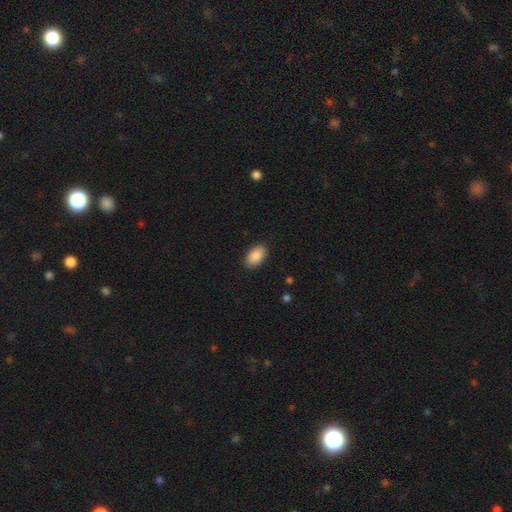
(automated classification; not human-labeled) A smooth galaxy with no disk features (90%) that is in between round and cigar-shaped (94%).

Vote fractions:
- Smooth or featured? smooth: 90% / star or artifact: 6% / featured or disk: 4%
- How rounded? in between: 94% / round: 5% / cigar-shaped: 1%
- Merging? none: 89% / minor disturbance: 8% / major disturbance: 2% / merger: 1%